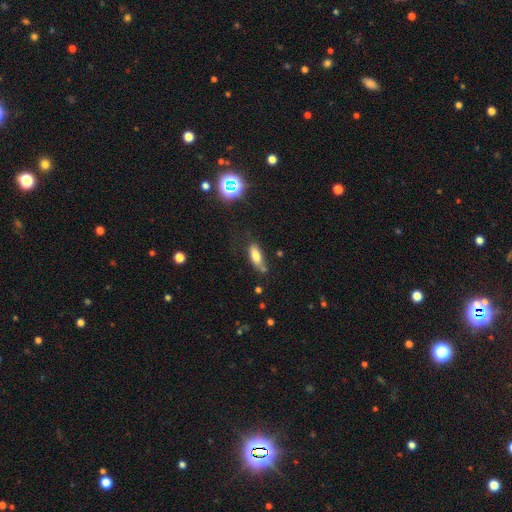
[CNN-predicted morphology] Smooth or featured?
  - smooth: 74% *
  - featured or disk: 16%
  - star or artifact: 11%
How rounded?
  - in between: 70% *
  - cigar-shaped: 27%
  - round: 3%
Merging?
  - none: 54% *
  - minor disturbance: 27%
  - merger: 10%
  - major disturbance: 10%